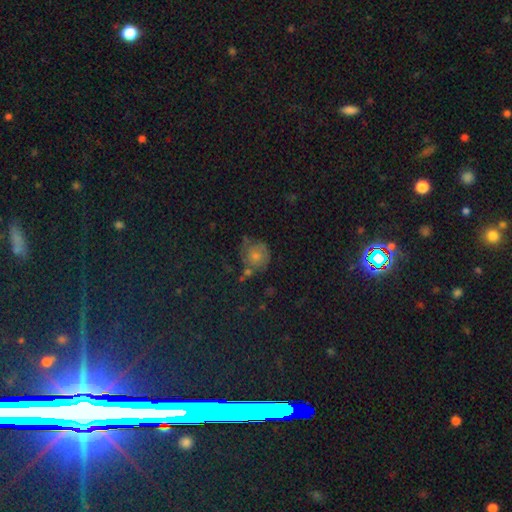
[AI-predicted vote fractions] Overall: smooth (47%; featured or disk 36%). Merging: none (52%; minor disturbance 25%).